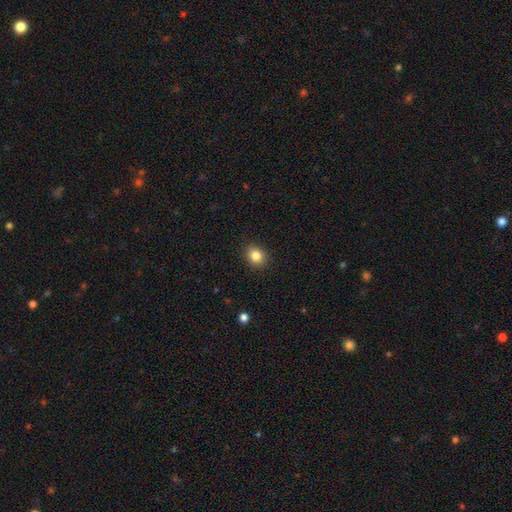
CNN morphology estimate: Smooth or featured? smooth (84%)
How rounded? round (71%)
Merging? none (90%)